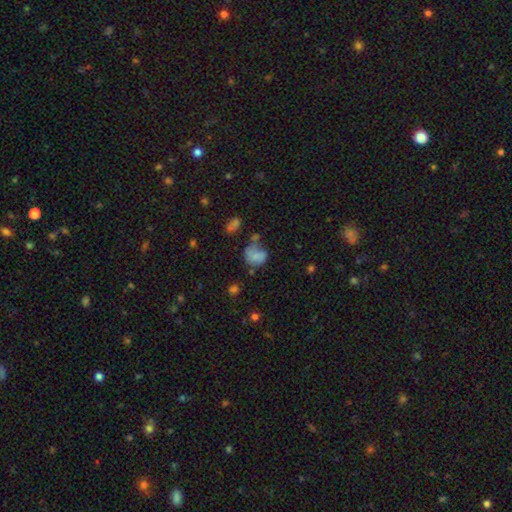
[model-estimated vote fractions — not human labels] Overall: smooth (70%). How rounded: round (52%; in between 47%). Merging: none (34%; major disturbance 27%).